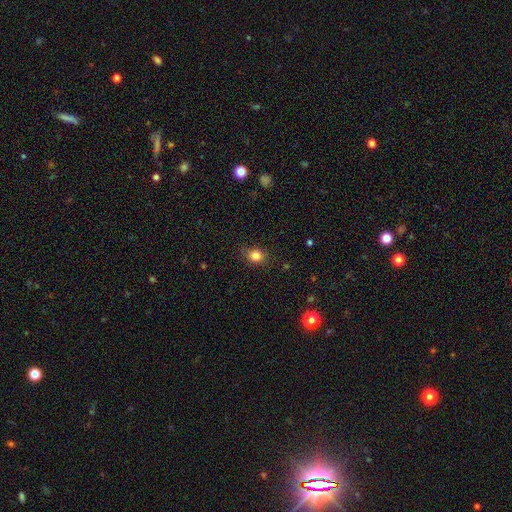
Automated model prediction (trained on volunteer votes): The model was most divided on "how rounded": round: 55%, in between: 43%, cigar-shaped: 1%. More confident: smooth or featured — smooth (83%); merging — none (82%).